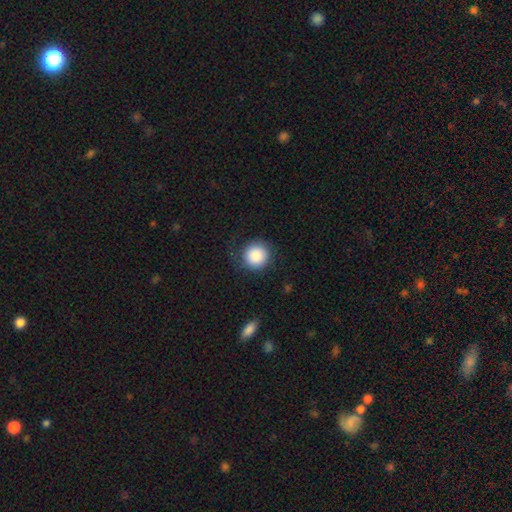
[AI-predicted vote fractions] The model was most divided on "merging": none: 79%, minor disturbance: 13%, major disturbance: 6%, merger: 1%. More confident: how rounded — round (95%); smooth or featured — smooth (87%).